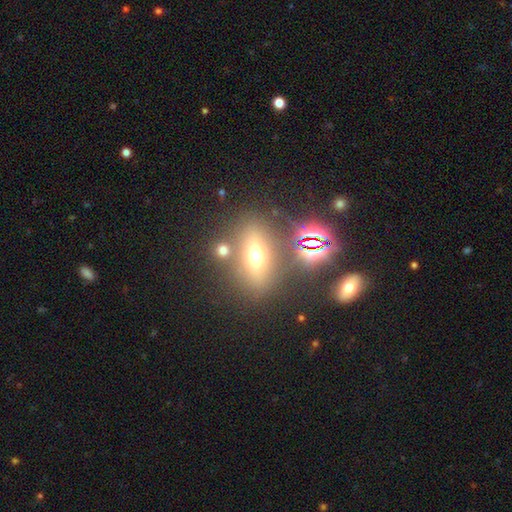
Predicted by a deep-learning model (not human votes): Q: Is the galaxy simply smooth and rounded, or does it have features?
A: smooth — 48%.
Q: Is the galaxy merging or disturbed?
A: none — 73%.